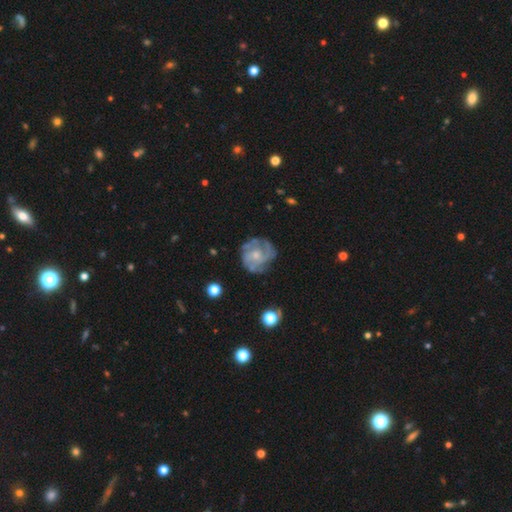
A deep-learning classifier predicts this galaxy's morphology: Smooth or featured? featured or disk (78%)
Edge-on disk? no (98%)
Bar? no (70%)
Spiral arms? yes (86%)
Spiral winding? tight (46%)
Spiral arm count? can't tell (33%)
Bulge size? small (49%)
Merging? none (68%)